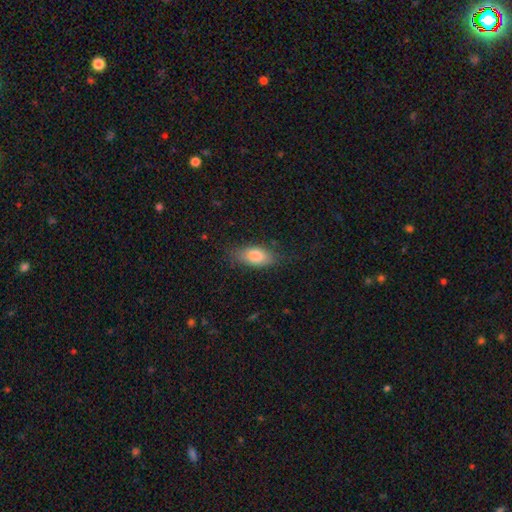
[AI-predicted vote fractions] smooth 81%, featured or disk 12%, star or artifact 7%. Down the decision tree: how rounded — in between (88%); merging — none (76%).